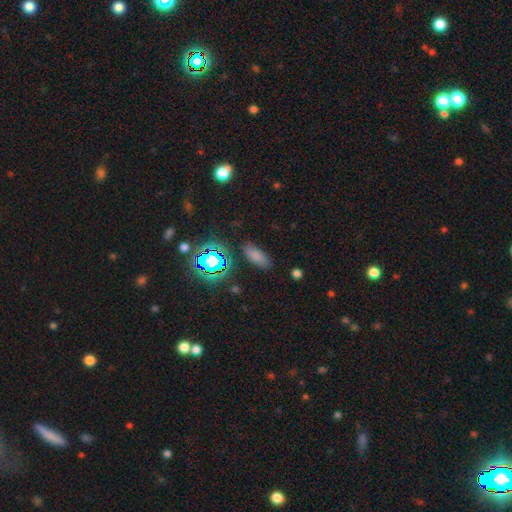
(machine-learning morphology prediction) Smooth or featured? Predicted: smooth (p=0.72). How rounded? Predicted: in between (p=0.82). Merging? Predicted: none (p=0.82).